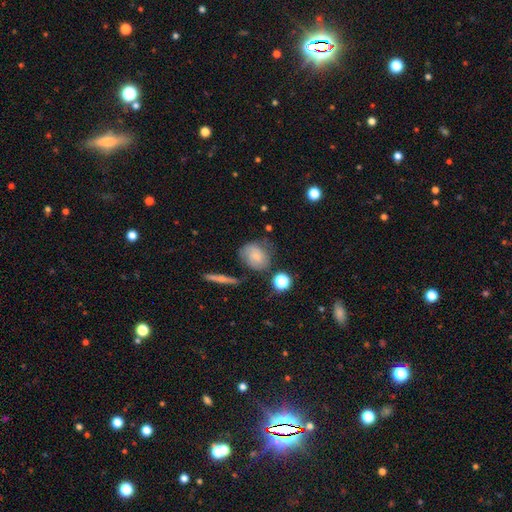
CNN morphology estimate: This is likely a smooth galaxy (65%). How rounded: possibly round (58%). Merging: possibly none (56%).